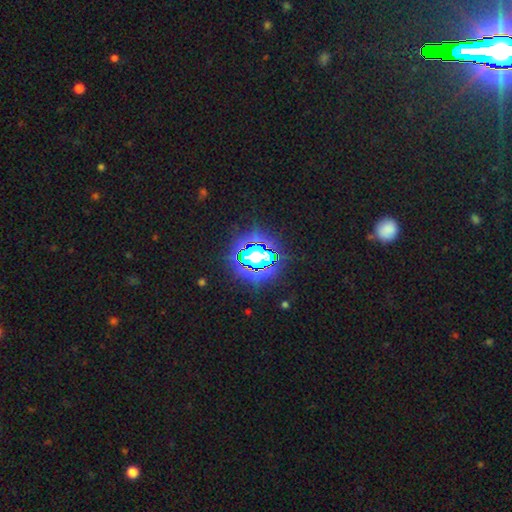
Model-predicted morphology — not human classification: Q: Smooth or featured?
A: star or artifact (76%); runner-up: smooth (15%)